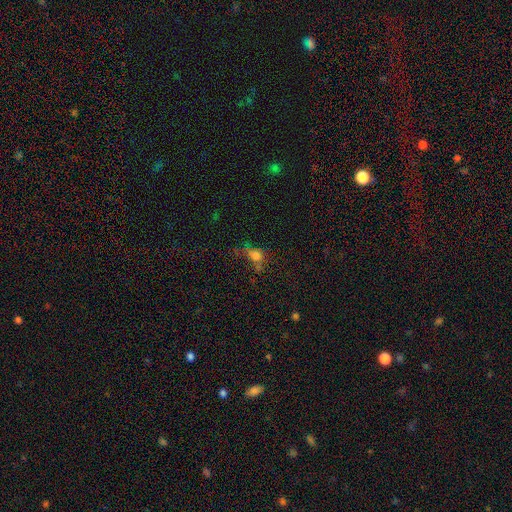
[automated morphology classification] smooth_or_featured: smooth (p=0.64) [alt: star or artifact p=0.21]
how_rounded: round (p=0.55) [alt: in between p=0.41]
merging: none (p=0.45) [alt: minor disturbance p=0.23]